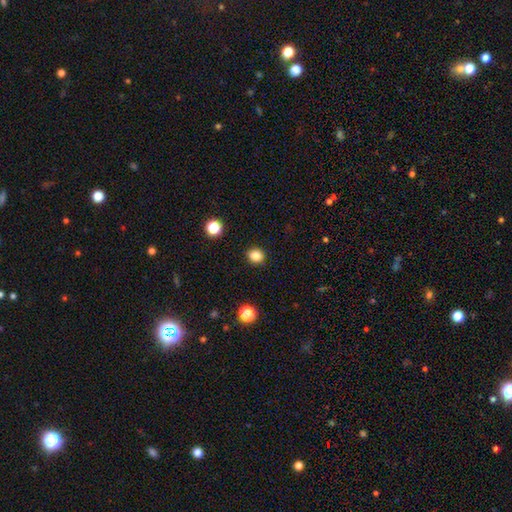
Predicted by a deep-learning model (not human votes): Smooth or featured: smooth — 85% (star or artifact — 12%)
How rounded: round — 74% (in between — 26%)
Merging: none — 89% (minor disturbance — 7%)